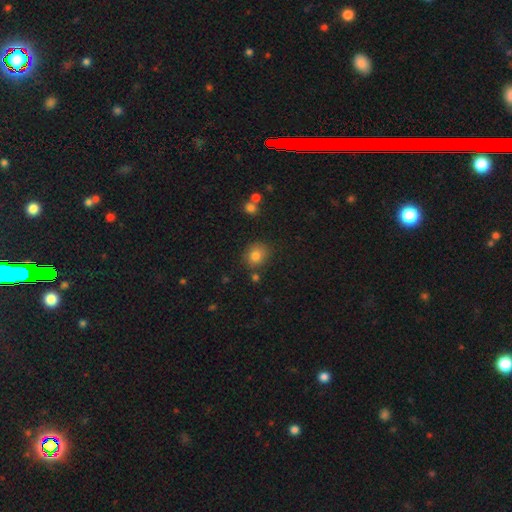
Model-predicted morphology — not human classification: A smooth galaxy with no disk features (81%) that is round (75%). Merging: none (79%).